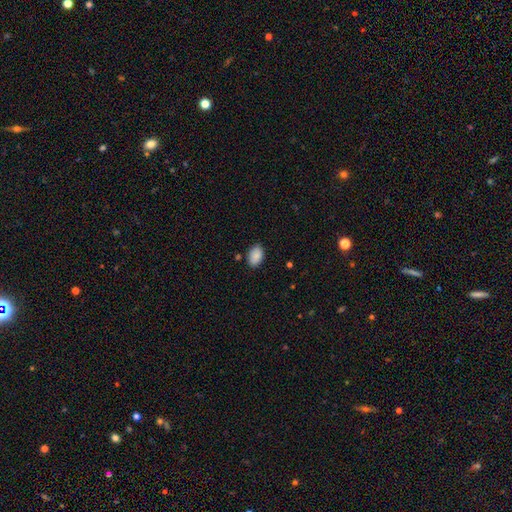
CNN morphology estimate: A smooth galaxy with no disk features (88%) that is in between round and cigar-shaped (87%).

Vote fractions:
- Smooth or featured? smooth: 88% / star or artifact: 7% / featured or disk: 4%
- How rounded? in between: 87% / round: 11% / cigar-shaped: 1%
- Merging? none: 82% / minor disturbance: 13% / major disturbance: 3% / merger: 2%